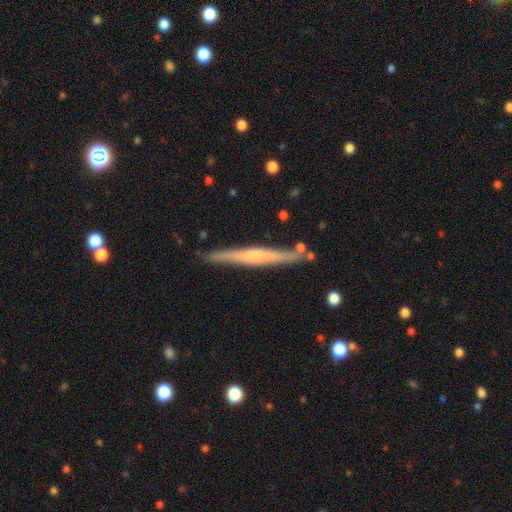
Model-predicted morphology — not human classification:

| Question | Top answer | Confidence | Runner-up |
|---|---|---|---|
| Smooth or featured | featured or disk | 59% | smooth (36%) |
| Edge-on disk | yes | 97% | no (3%) |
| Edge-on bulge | none | 49% | rounded (37%) |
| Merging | none | 87% | minor disturbance (9%) |